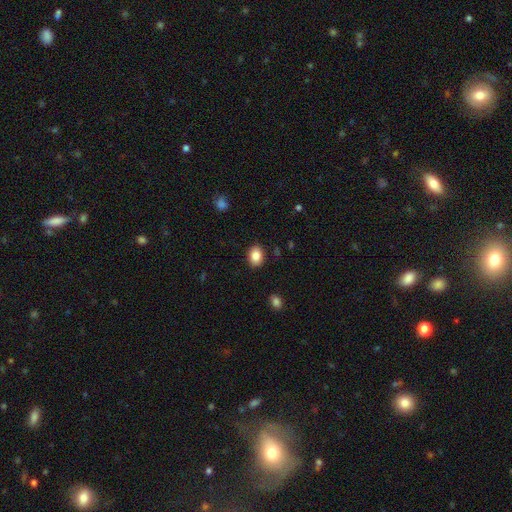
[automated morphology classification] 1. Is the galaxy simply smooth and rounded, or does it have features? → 85% smooth, 8% star or artifact, 7% featured or disk.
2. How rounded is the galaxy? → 64% in between, 35% round, 1% cigar-shaped.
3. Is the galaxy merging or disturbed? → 88% none, 9% minor disturbance, 2% major disturbance, 1% merger.